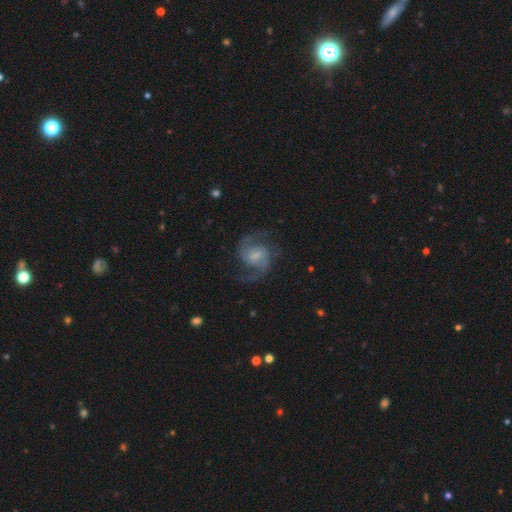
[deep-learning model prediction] Overall: featured or disk (86%). Edge-on disk: no (98%). Bar: weak (53%; no 35%). Spiral arms: yes (97%). Spiral arm count: 2 (91%). Spiral winding: medium (56%; loose 31%). Bulge size: small (43%; moderate 33%). Merging: none (73%).